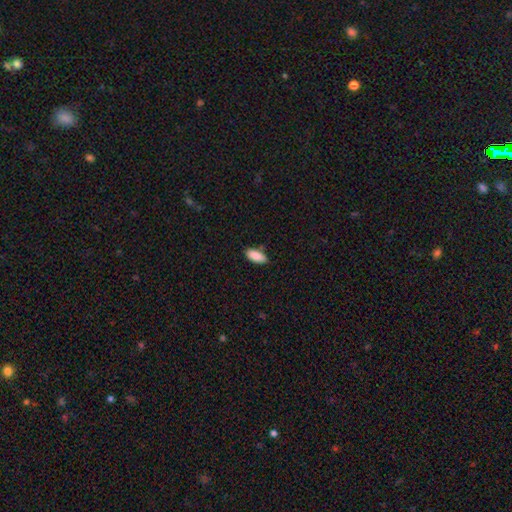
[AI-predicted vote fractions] Q: Smooth or featured?
A: smooth (89%); runner-up: star or artifact (7%)
Q: How rounded?
A: in between (85%); runner-up: cigar-shaped (13%)
Q: Merging?
A: none (79%); runner-up: minor disturbance (16%)